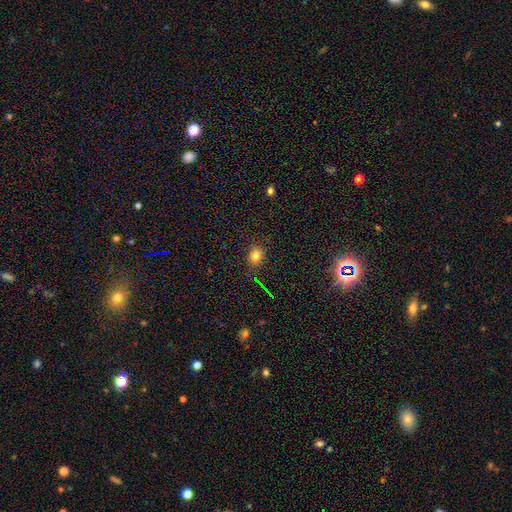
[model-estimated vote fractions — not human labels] Smooth or featured? Predicted: smooth (p=0.77). How rounded? Predicted: round (p=0.66). Merging? Predicted: none (p=0.86).